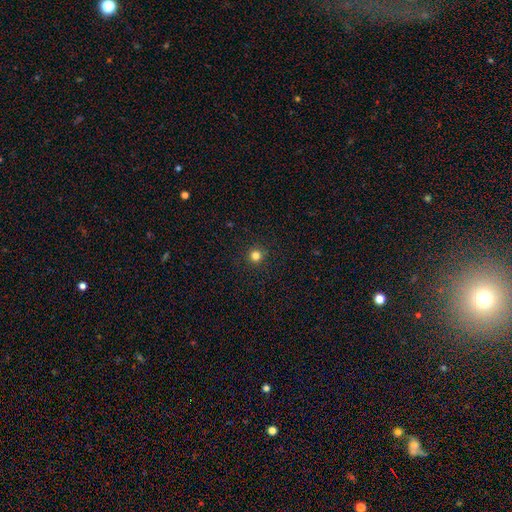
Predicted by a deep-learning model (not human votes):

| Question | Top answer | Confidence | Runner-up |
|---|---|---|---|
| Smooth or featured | smooth | 81% | star or artifact (14%) |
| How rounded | round | 96% | in between (3%) |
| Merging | none | 92% | minor disturbance (5%) |